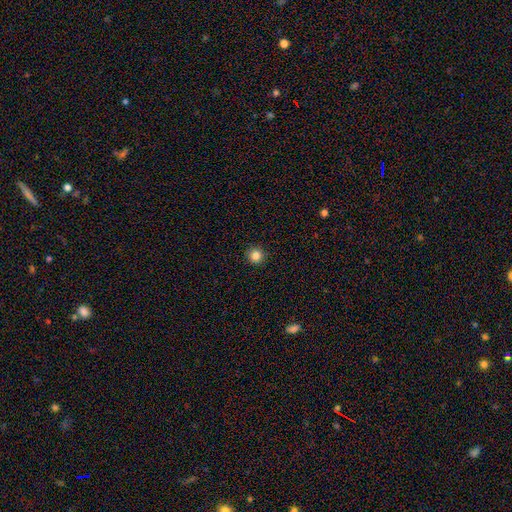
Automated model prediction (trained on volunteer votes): This appears to be a smooth galaxy with no disk features (85%) that is round (94%). Merging: none (92%).